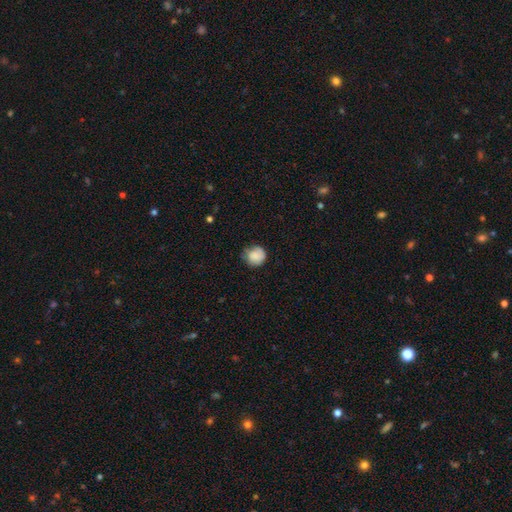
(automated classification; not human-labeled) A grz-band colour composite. It shows a smooth galaxy with no disk features (83%) that is round (87%). Merging: none (63%).